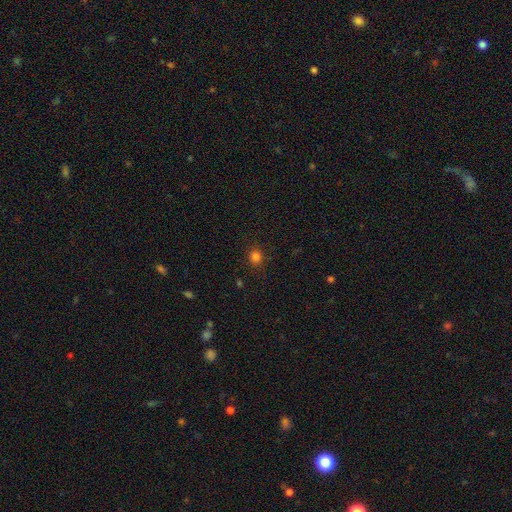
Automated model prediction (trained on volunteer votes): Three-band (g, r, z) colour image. It shows a smooth galaxy with no disk features (81%) that is round (87%). Merging: none (88%).